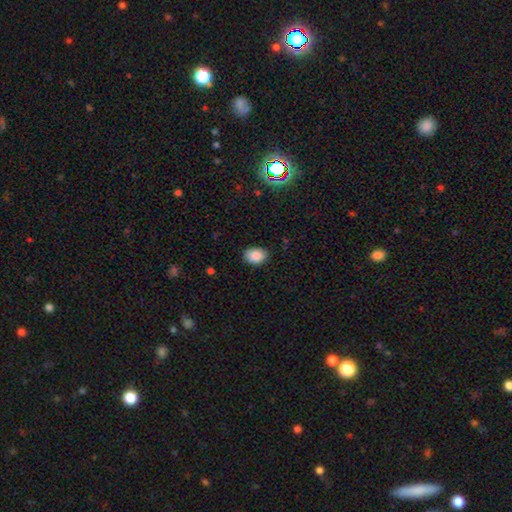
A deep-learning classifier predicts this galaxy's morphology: Smooth or featured: smooth — 88% (star or artifact — 8%)
How rounded: in between — 71% (round — 28%)
Merging: none — 84% (minor disturbance — 13%)